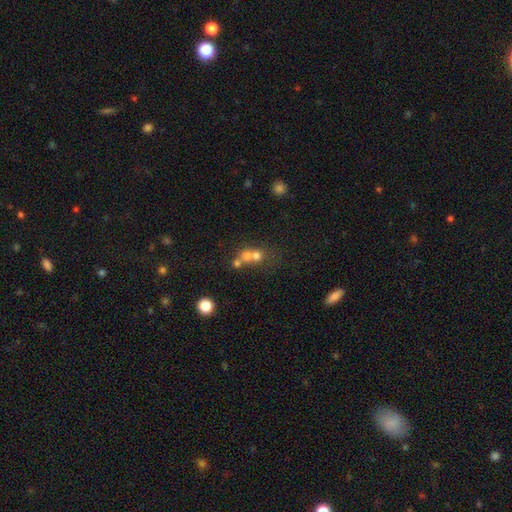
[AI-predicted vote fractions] smooth 62%, featured or disk 21%, star or artifact 16%. Down the decision tree: how rounded — round (78%); merging — merger (58%).